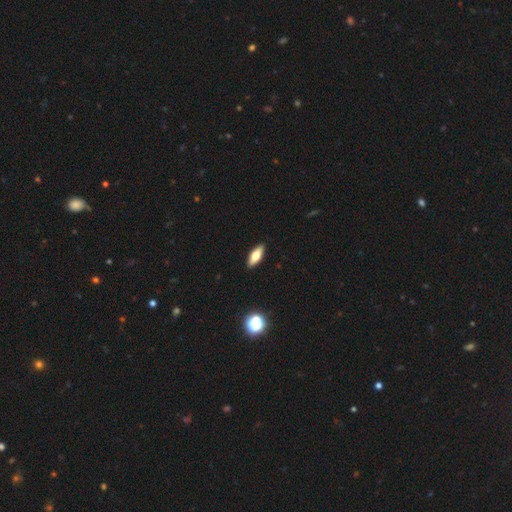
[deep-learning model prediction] smooth 62%, featured or disk 30%, star or artifact 8%. Down the decision tree: how rounded — in between (70%); merging — none (91%).